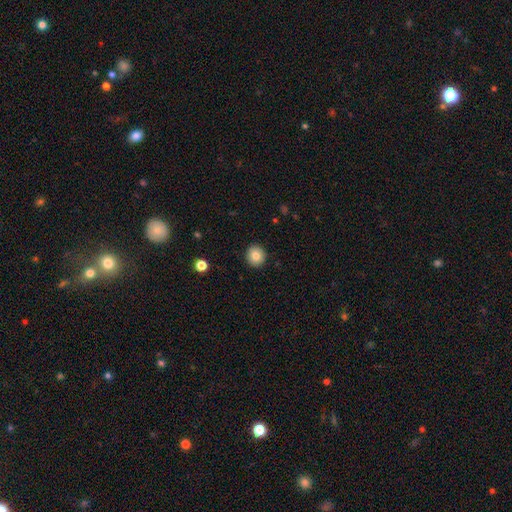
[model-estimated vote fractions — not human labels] smooth-or-featured: smooth: 81% | featured or disk: 9% | star or artifact: 9%
  how-rounded: round: 89% | in between: 10% | cigar-shaped: 1%
  merging: none: 92% | minor disturbance: 5% | major disturbance: 2% | merger: 1%